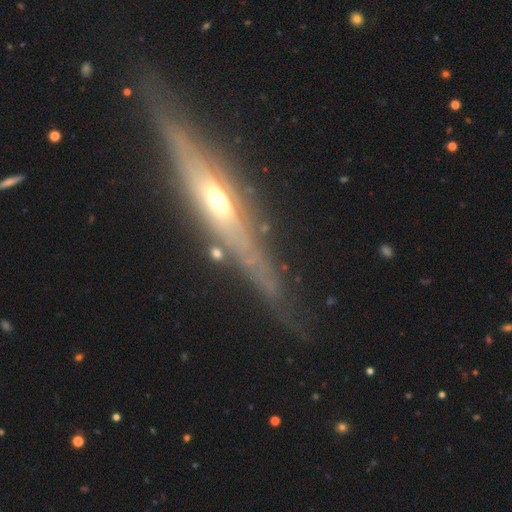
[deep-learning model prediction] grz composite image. It shows a featured or disk galaxy (80%) viewed edge-on (93%) with a rounded central bulge (81%). Merging: none (83%).